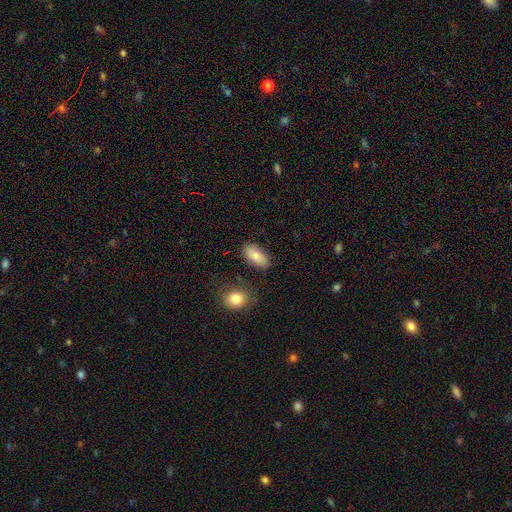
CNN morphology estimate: smooth-or-featured: smooth: 83% | featured or disk: 11% | star or artifact: 7%
  how-rounded: in between: 89% | cigar-shaped: 8% | round: 3%
  merging: none: 82% | minor disturbance: 11% | merger: 4% | major disturbance: 3%